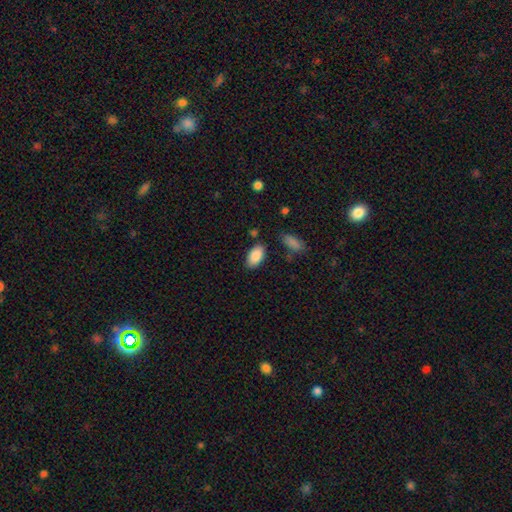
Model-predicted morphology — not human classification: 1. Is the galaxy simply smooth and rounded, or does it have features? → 89% smooth, 7% star or artifact, 5% featured or disk.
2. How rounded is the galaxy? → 94% in between, 3% round, 3% cigar-shaped.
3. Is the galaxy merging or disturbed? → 81% none, 12% minor disturbance, 4% merger, 3% major disturbance.